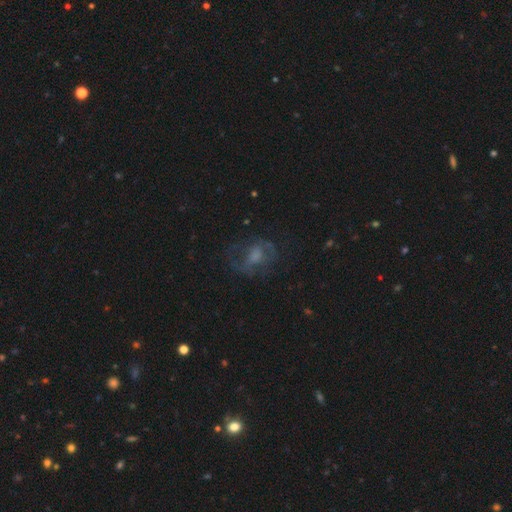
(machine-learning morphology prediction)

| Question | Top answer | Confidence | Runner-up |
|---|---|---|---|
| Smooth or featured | featured or disk | 53% | smooth (32%) |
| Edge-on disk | no | 96% | yes (4%) |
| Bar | no | 58% | weak (32%) |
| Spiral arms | yes | 50% | tied: no (50%) |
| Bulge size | moderate | 32% | none (28%) |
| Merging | none | 53% | major disturbance (26%) |